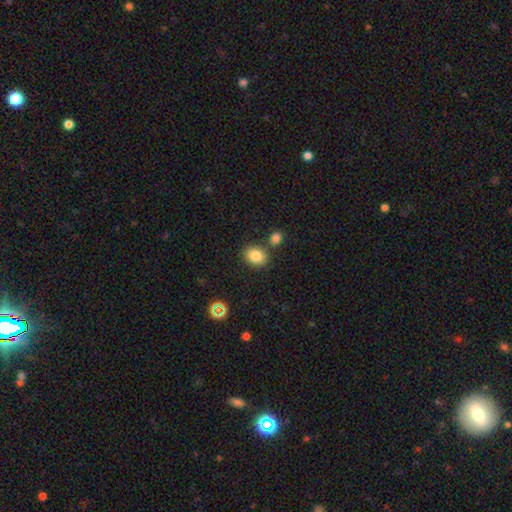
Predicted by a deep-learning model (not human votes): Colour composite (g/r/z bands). It shows a smooth galaxy with no disk features (83%) that is in between round and cigar-shaped (52%). Merging: none (75%).